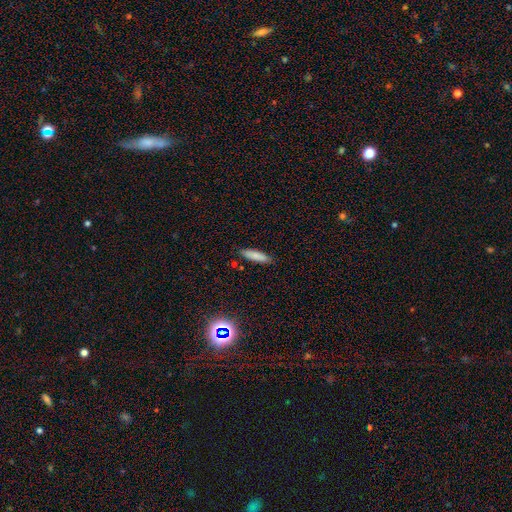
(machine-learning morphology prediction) The model was most divided on "how rounded": cigar-shaped: 64%, in between: 34%, round: 2%. More confident: merging — none (86%); smooth or featured — smooth (82%).